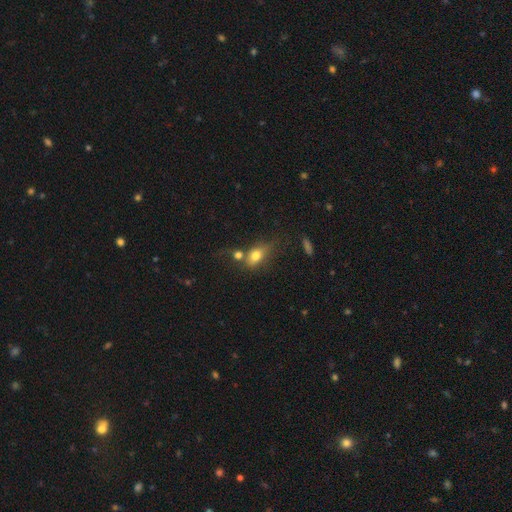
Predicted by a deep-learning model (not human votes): This is likely a smooth galaxy (76%). How rounded: likely in between (74%). Merging: marginally none (39%).